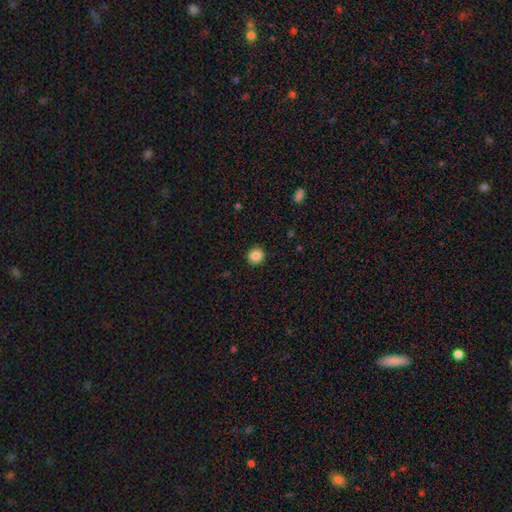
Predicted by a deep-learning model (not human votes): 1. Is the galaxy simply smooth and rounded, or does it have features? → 86% smooth, 10% star or artifact, 4% featured or disk.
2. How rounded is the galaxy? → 90% round, 9% in between, 1% cigar-shaped.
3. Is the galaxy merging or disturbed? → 92% none, 6% minor disturbance, 2% major disturbance, 1% merger.